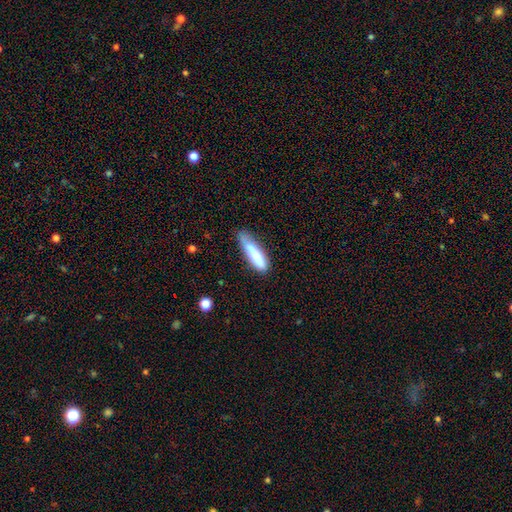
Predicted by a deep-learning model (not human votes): A smooth galaxy with no disk features (78%) that is cigar-shaped (73%).

Vote fractions:
- Smooth or featured? smooth: 78% / featured or disk: 15% / star or artifact: 6%
- How rounded? cigar-shaped: 73% / in between: 26% / round: 1%
- Merging? none: 54% / minor disturbance: 32% / major disturbance: 10% / merger: 4%